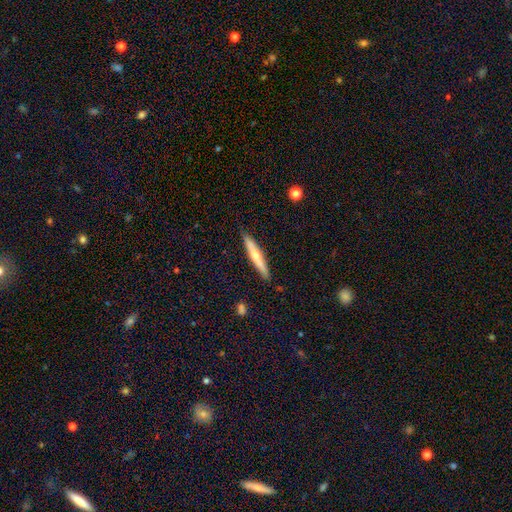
This is possibly a smooth galaxy (56%). How rounded: clearly cigar-shaped (86%). Merging: clearly none (87%).